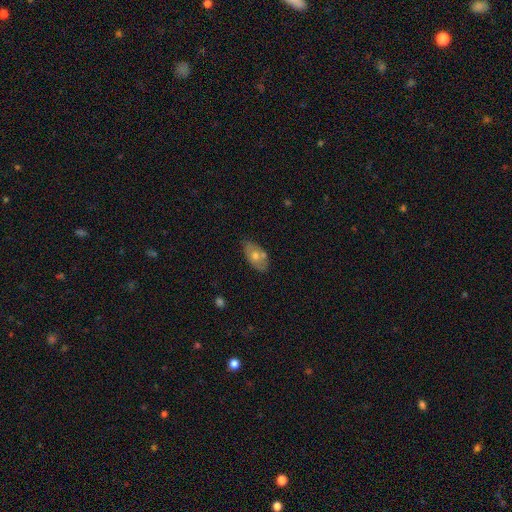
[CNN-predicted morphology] A smooth galaxy with no disk features (52%) that is in between round and cigar-shaped (90%).

Vote fractions:
- Smooth or featured? smooth: 52% / featured or disk: 39% / star or artifact: 9%
- How rounded? in between: 90% / round: 7% / cigar-shaped: 4%
- Merging? none: 71% / minor disturbance: 18% / merger: 7% / major disturbance: 4%